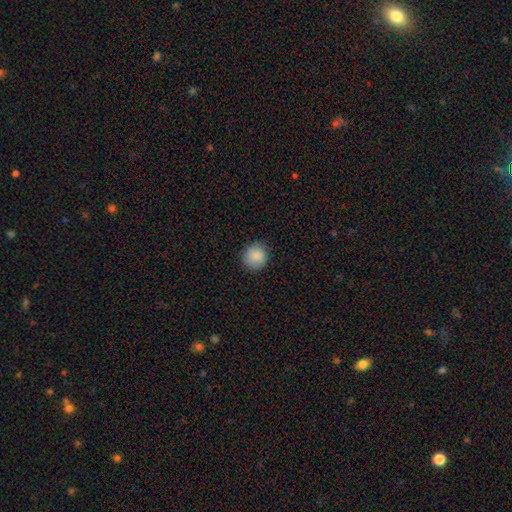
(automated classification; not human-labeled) This is clearly a smooth galaxy (88%). How rounded: clearly round (89%). Merging: clearly none (88%).